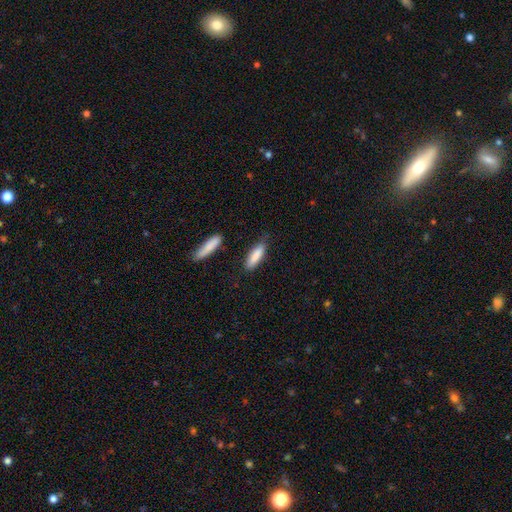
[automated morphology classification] This appears to be a smooth galaxy with no disk features (86%) that is cigar-shaped (59%). Merging: none (74%).